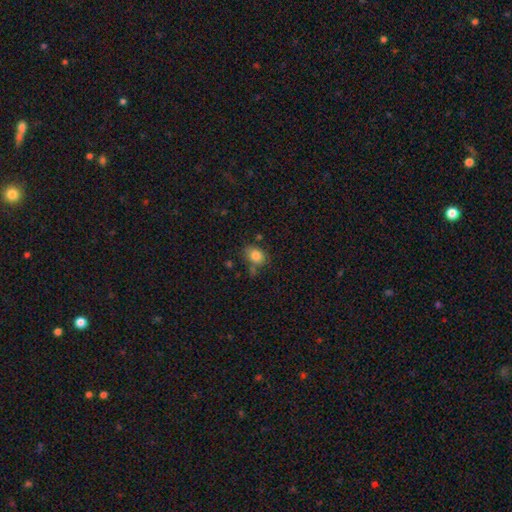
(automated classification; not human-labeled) This appears to be a smooth galaxy with no disk features (83%) that is in between round and cigar-shaped (62%). Merging: none (63%).